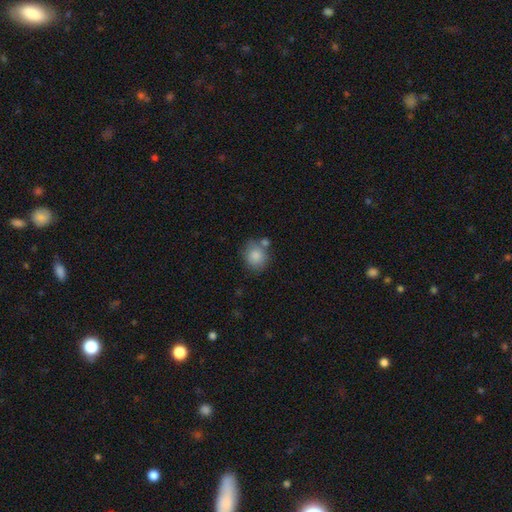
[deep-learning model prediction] Smooth or featured? Predicted: smooth (p=0.85). How rounded? Predicted: round (p=0.81). Merging? Predicted: none (p=0.62).